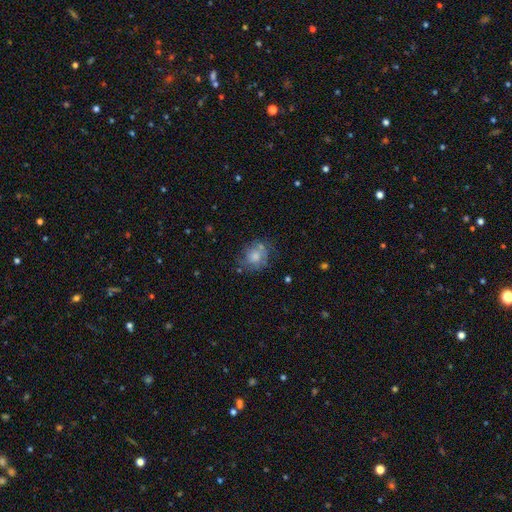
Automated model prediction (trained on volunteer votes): smooth-or-featured: smooth: 63% | featured or disk: 27% | star or artifact: 10%
  how-rounded: round: 63% | in between: 36% | cigar-shaped: 1%
  merging: none: 54% | minor disturbance: 25% | major disturbance: 13% | merger: 8%